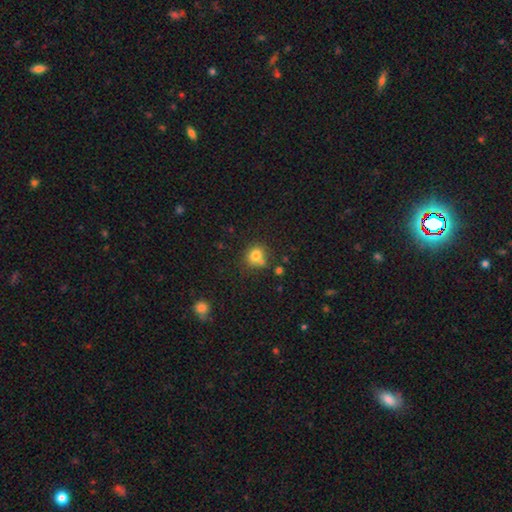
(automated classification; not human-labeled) Smooth or featured?
  - smooth: 78% *
  - star or artifact: 13%
  - featured or disk: 10%
How rounded?
  - round: 78% *
  - in between: 22%
  - cigar-shaped: 1%
Merging?
  - none: 59% *
  - merger: 21%
  - minor disturbance: 15%
  - major disturbance: 5%